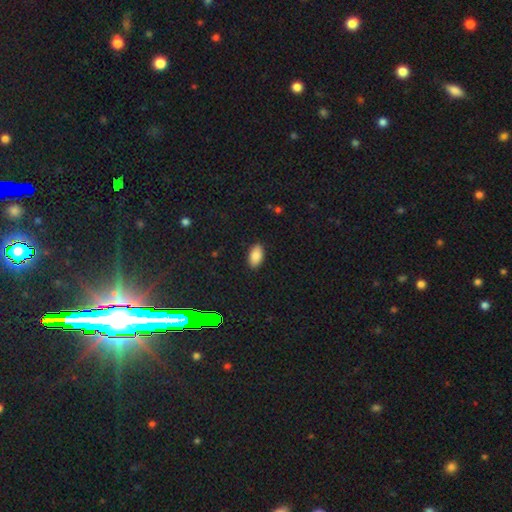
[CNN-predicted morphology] smooth 85%, star or artifact 9%, featured or disk 5%. Down the decision tree: how rounded — in between (94%); merging — none (88%).